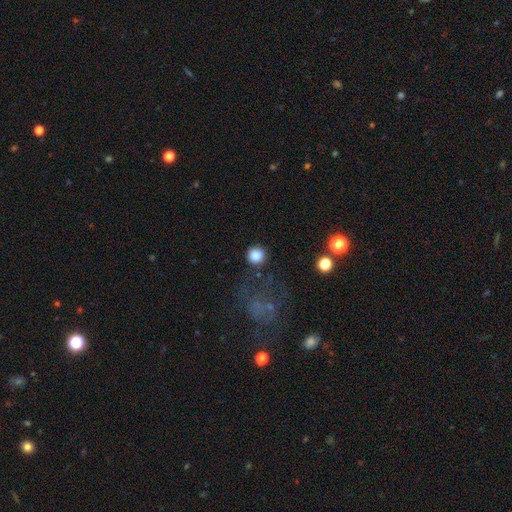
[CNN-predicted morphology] Smooth or featured?
  - smooth: 84% *
  - star or artifact: 11%
  - featured or disk: 5%
How rounded?
  - round: 93% *
  - in between: 6%
  - cigar-shaped: 1%
Merging?
  - none: 83% *
  - minor disturbance: 10%
  - major disturbance: 4%
  - merger: 3%